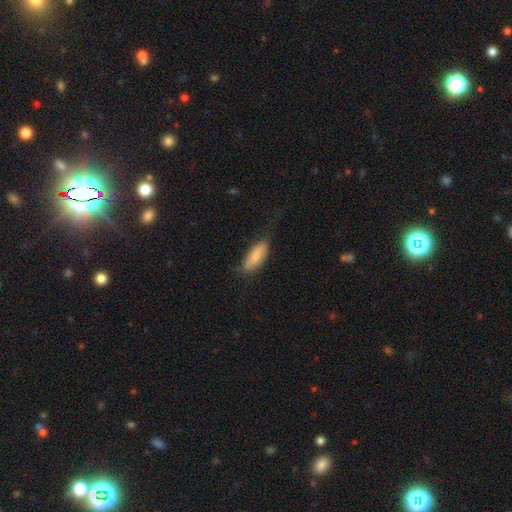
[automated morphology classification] A smooth galaxy with no disk features (79%) that is in between round and cigar-shaped (76%).

Vote fractions:
- Smooth or featured? smooth: 79% / featured or disk: 15% / star or artifact: 6%
- How rounded? in between: 76% / cigar-shaped: 22% / round: 2%
- Merging? none: 52% / minor disturbance: 33% / major disturbance: 13% / merger: 2%